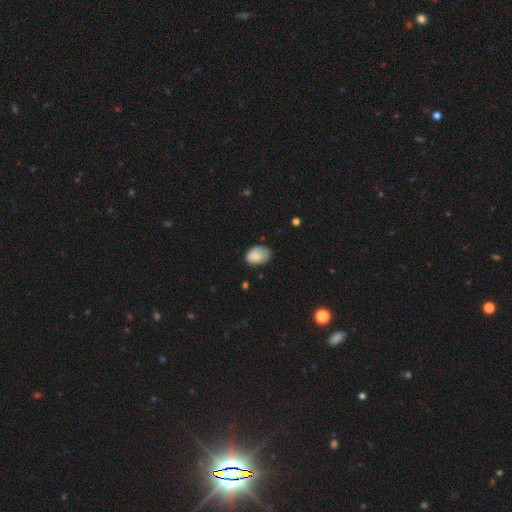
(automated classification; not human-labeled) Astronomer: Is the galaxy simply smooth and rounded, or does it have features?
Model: smooth — 81%.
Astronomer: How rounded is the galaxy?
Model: in between — 82%.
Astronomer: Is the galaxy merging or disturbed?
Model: none — 60%.